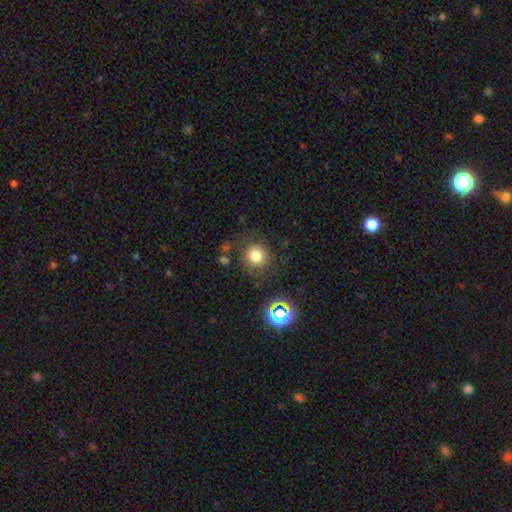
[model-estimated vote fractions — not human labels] This appears to be a smooth galaxy with no disk features (78%) that is round (92%). Merging: none (76%).